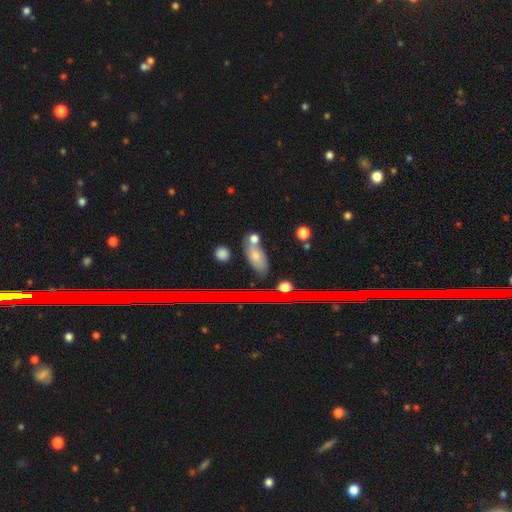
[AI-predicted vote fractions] Morphology: type=smooth (64%); roundness=in between (66%); merging=none (56%).